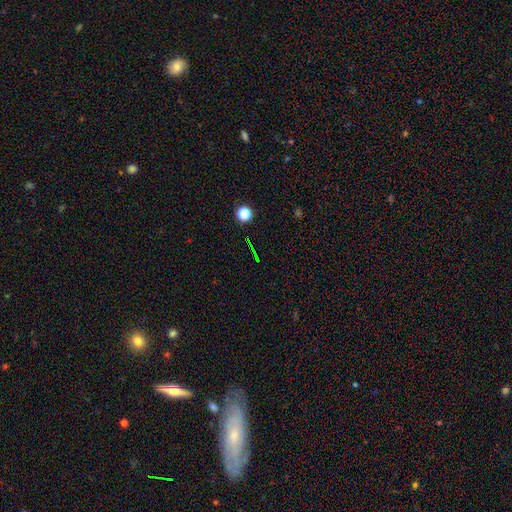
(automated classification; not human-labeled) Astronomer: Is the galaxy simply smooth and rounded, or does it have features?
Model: star or artifact — 73%.